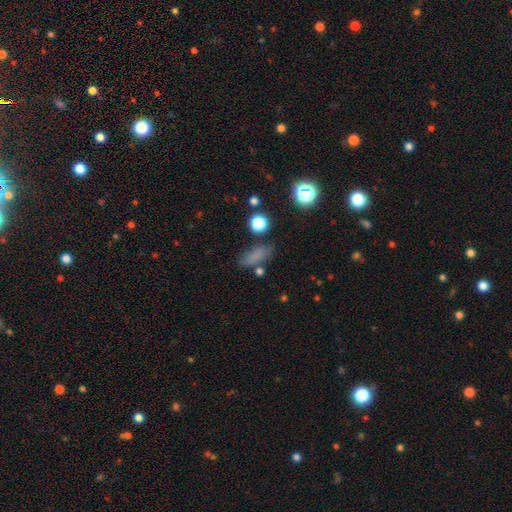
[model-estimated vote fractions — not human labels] The model was most divided on "how rounded": in between: 62%, cigar-shaped: 28%, round: 10%. More confident: smooth or featured — smooth (75%); merging — none (71%).